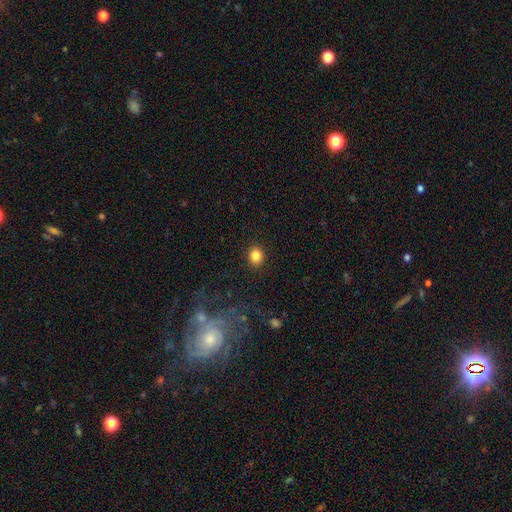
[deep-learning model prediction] Smooth or featured? smooth (84%)
How rounded? round (64%)
Merging? none (90%)